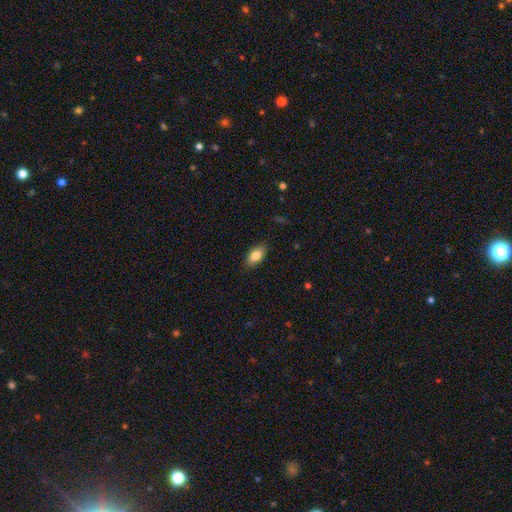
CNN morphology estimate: smooth-or-featured: smooth: 82% | featured or disk: 11% | star or artifact: 7%
  how-rounded: in between: 90% | cigar-shaped: 6% | round: 4%
  merging: none: 87% | minor disturbance: 10% | major disturbance: 2% | merger: 1%